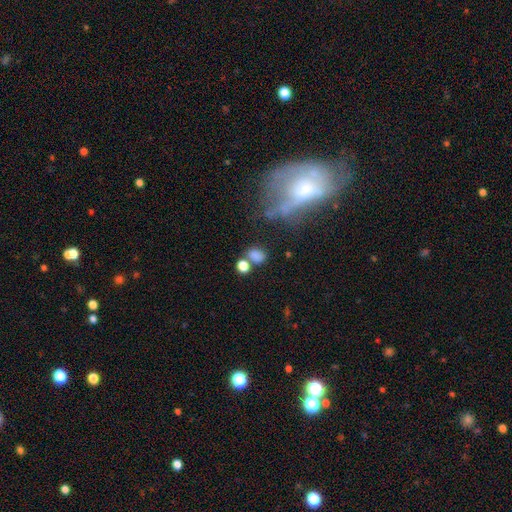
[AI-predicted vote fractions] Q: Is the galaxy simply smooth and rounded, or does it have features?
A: smooth — 77%.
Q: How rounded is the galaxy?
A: in between — 62%.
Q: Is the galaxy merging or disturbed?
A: none — 56%.